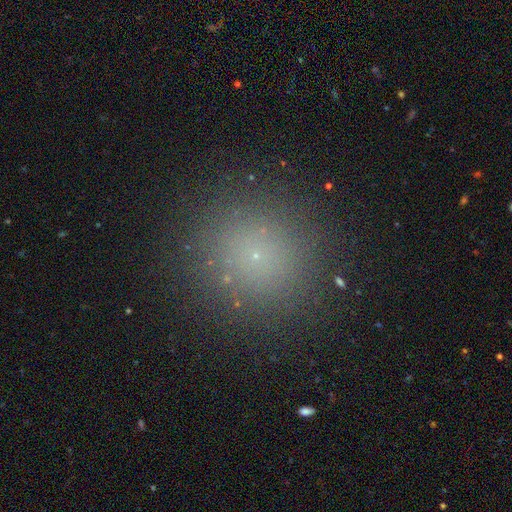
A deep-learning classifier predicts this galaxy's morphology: This appears to be a smooth galaxy with no disk features (68%) that is round (94%). Merging: none (90%).